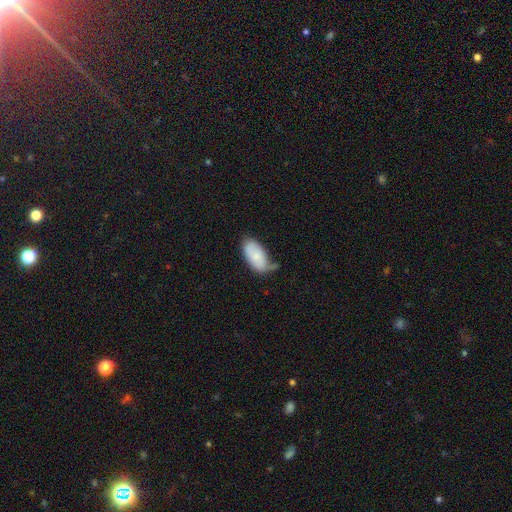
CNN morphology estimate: Q: Smooth or featured?
A: smooth (78%); runner-up: featured or disk (16%)
Q: How rounded?
A: in between (95%); runner-up: cigar-shaped (3%)
Q: Merging?
A: none (48%); runner-up: minor disturbance (33%)